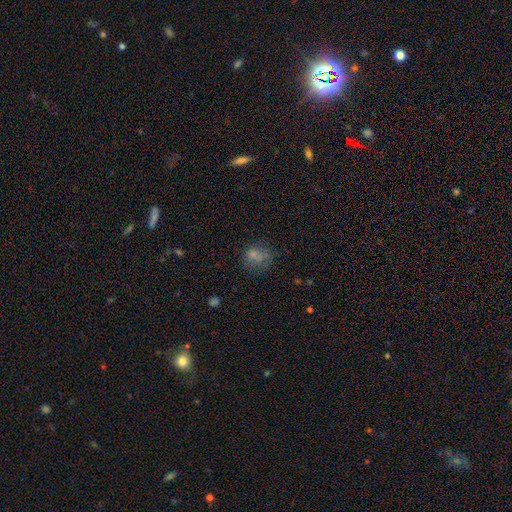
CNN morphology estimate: The model was most divided on "merging": none: 50%, minor disturbance: 23%, major disturbance: 20%, merger: 7%. More confident: smooth or featured — smooth (67%); how rounded — round (65%).